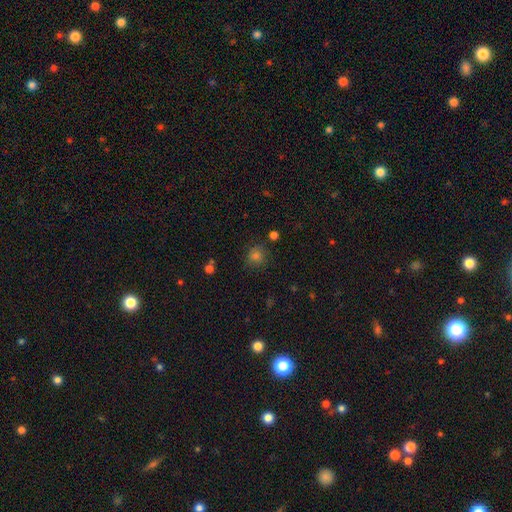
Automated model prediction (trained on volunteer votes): A smooth galaxy with no disk features (72%) that is round (84%). Merging: none (79%).